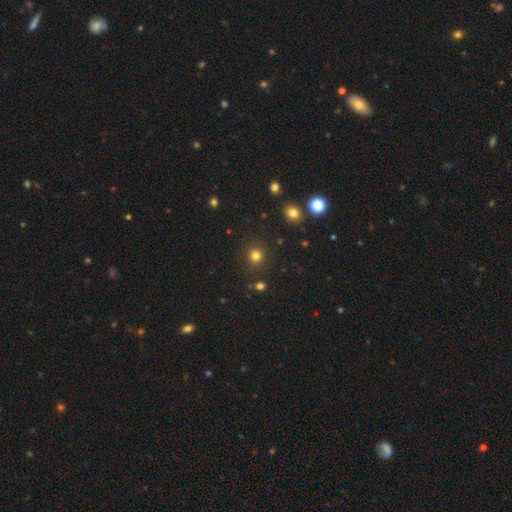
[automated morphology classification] A smooth galaxy with no disk features (79%) that is round (92%).

Vote fractions:
- Smooth or featured? smooth: 79% / star or artifact: 16% / featured or disk: 5%
- How rounded? round: 92% / in between: 7% / cigar-shaped: 1%
- Merging? none: 89% / minor disturbance: 6% / major disturbance: 3% / merger: 2%